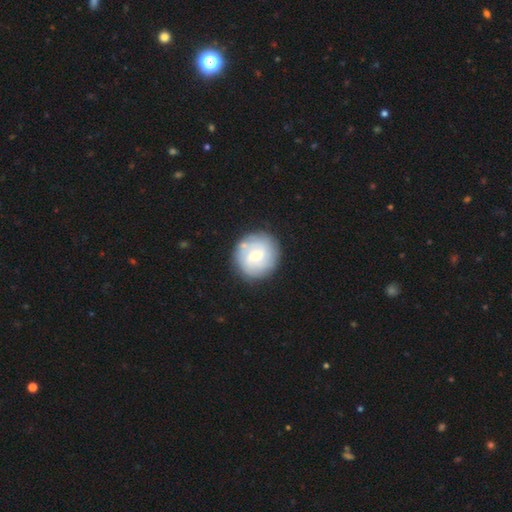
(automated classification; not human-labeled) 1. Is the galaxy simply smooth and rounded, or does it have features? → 54% featured or disk, 39% smooth, 7% star or artifact.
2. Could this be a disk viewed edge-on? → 98% no, 2% yes.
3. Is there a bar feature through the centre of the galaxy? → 48% no, 44% weak, 8% strong.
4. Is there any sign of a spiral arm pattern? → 80% yes, 20% no.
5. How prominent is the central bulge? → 56% small, 39% moderate, 2% large, 1% none, 1% dominant.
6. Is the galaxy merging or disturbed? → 83% none, 11% minor disturbance, 4% major disturbance, 3% merger.